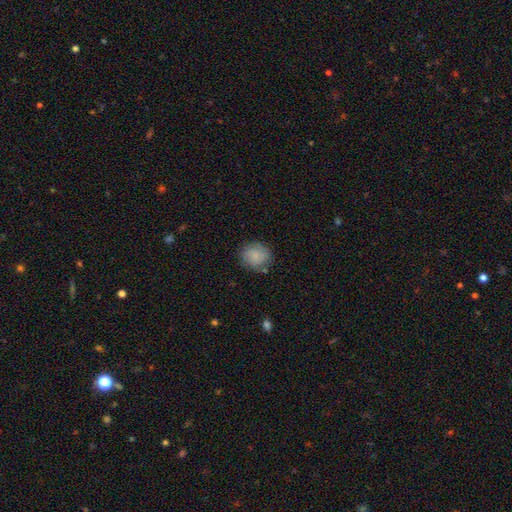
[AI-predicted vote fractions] A smooth galaxy with no disk features (79%) that is round (80%).

Vote fractions:
- Smooth or featured? smooth: 79% / featured or disk: 13% / star or artifact: 8%
- How rounded? round: 80% / in between: 19% / cigar-shaped: 1%
- Merging? none: 77% / minor disturbance: 15% / major disturbance: 4% / merger: 3%